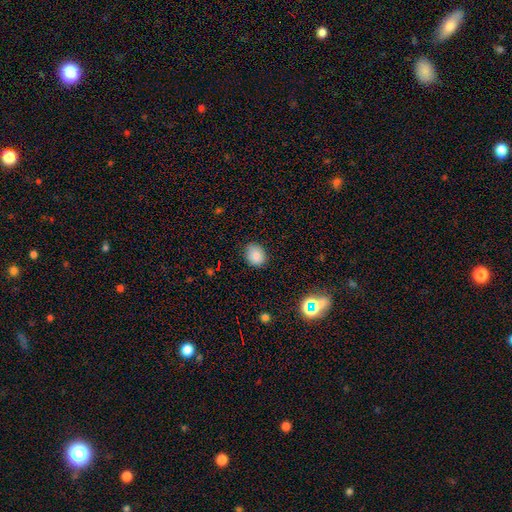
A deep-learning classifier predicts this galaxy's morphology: A smooth galaxy with no disk features (84%) that is round (57%).

Vote fractions:
- Smooth or featured? smooth: 84% / star or artifact: 11% / featured or disk: 5%
- How rounded? round: 57% / in between: 42% / cigar-shaped: 1%
- Merging? none: 84% / minor disturbance: 12% / major disturbance: 3% / merger: 1%